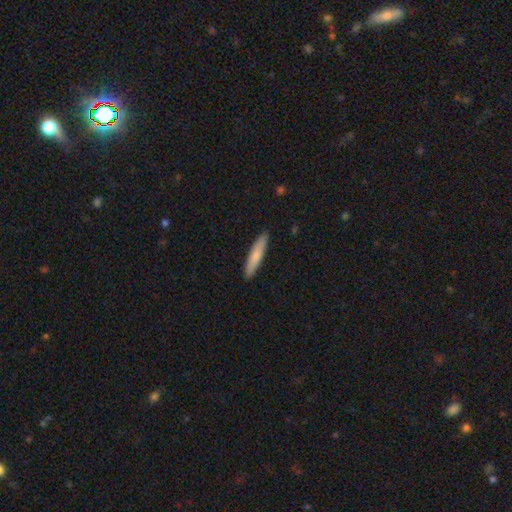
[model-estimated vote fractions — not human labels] smooth 76%, featured or disk 19%, star or artifact 5%. Down the decision tree: how rounded — cigar-shaped (87%); merging — none (90%).